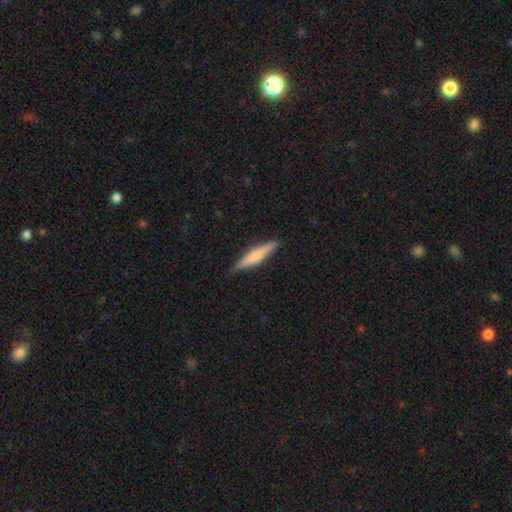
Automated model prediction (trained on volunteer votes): smooth-or-featured: smooth: 54% | featured or disk: 40% | star or artifact: 6%
  how-rounded: cigar-shaped: 90% | in between: 9% | round: 2%
  merging: none: 88% | minor disturbance: 9% | major disturbance: 2% | merger: 1%